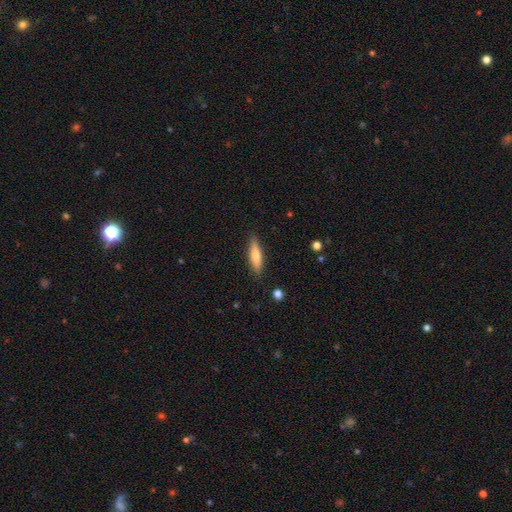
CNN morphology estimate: type=smooth (69%); roundness=cigar-shaped (70%); merging=none (87%).